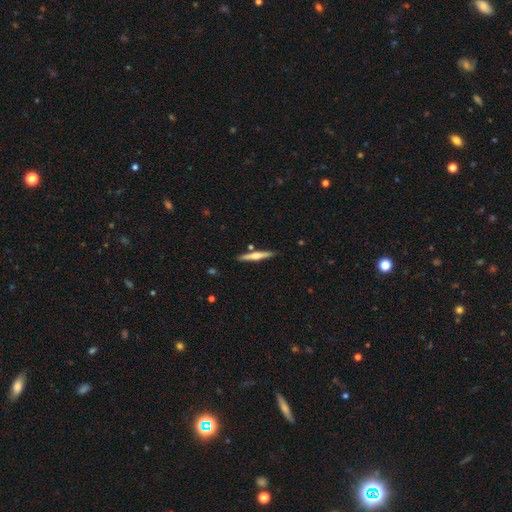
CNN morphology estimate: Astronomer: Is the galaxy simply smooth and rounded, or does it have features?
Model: featured or disk — 55% (runner-up: smooth, 40%).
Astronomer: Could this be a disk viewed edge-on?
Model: yes — 97%.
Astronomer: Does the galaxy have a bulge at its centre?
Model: rounded — 81%.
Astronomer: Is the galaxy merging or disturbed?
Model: none — 86%.